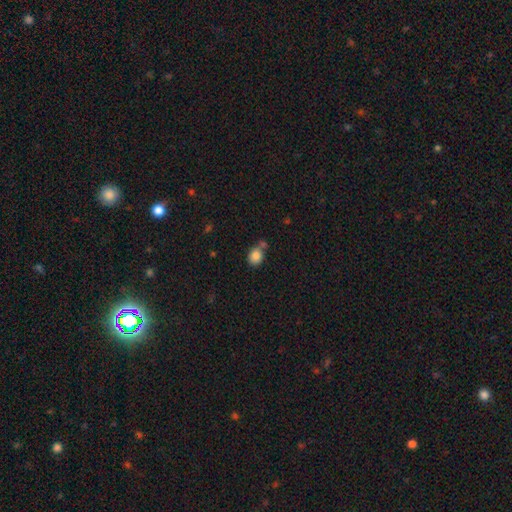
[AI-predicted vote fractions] Smooth or featured: smooth — 85% (star or artifact — 9%)
How rounded: round — 55% (in between — 44%)
Merging: none — 56% (merger — 24%)